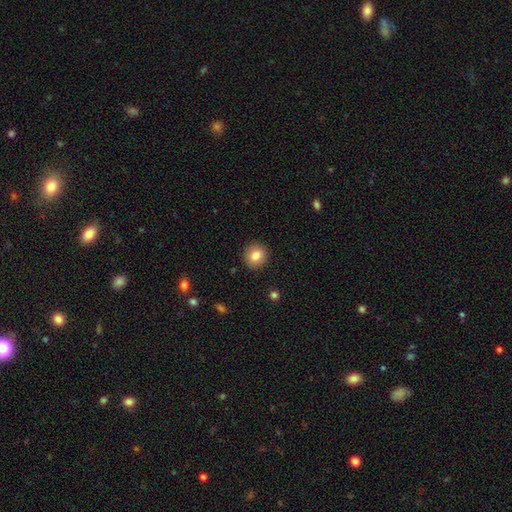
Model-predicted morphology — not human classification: type=smooth (82%); roundness=round (92%); merging=none (92%).